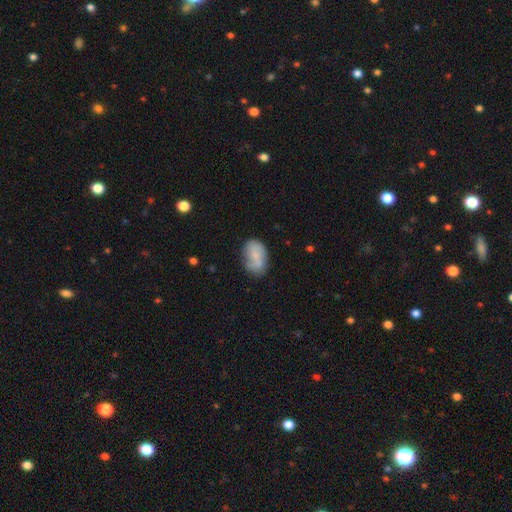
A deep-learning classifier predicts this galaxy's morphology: smooth 65%, featured or disk 28%, star or artifact 7%. Down the decision tree: how rounded — in between (86%); merging — none (52%).